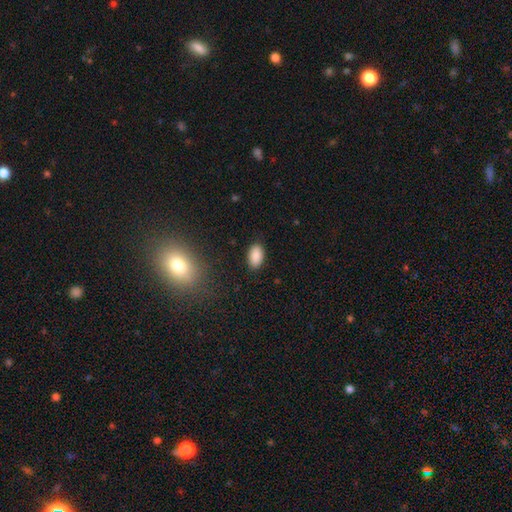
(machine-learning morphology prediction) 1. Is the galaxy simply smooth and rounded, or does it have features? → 88% smooth, 8% star or artifact, 4% featured or disk.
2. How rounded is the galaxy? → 93% in between, 5% round, 2% cigar-shaped.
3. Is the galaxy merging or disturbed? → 87% none, 9% minor disturbance, 2% major disturbance, 1% merger.